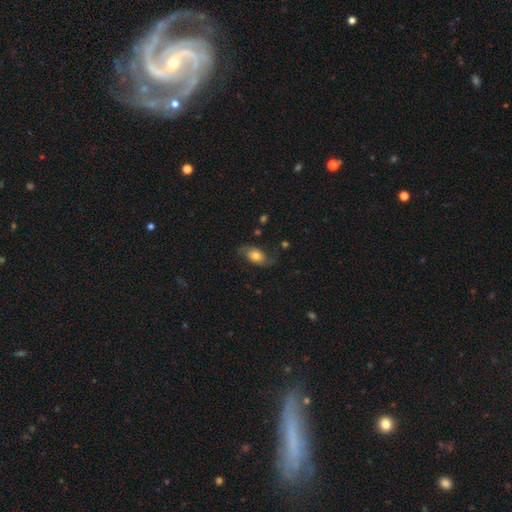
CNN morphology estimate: Smooth or featured? Predicted: featured or disk (p=0.48). Merging? Predicted: none (p=0.67).